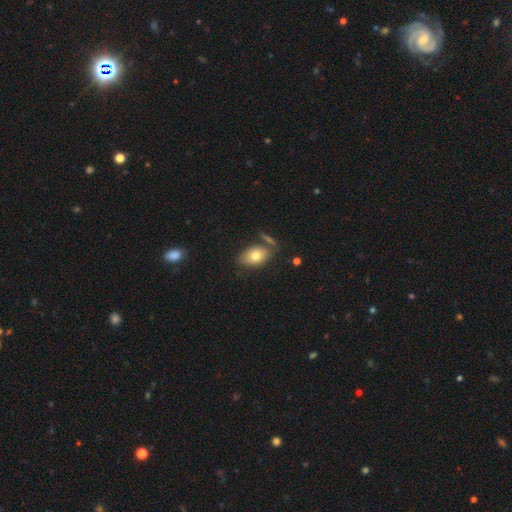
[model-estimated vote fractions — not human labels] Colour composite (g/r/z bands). It shows a smooth galaxy with no disk features (75%) that is in between round and cigar-shaped (87%). Merging: none (64%).